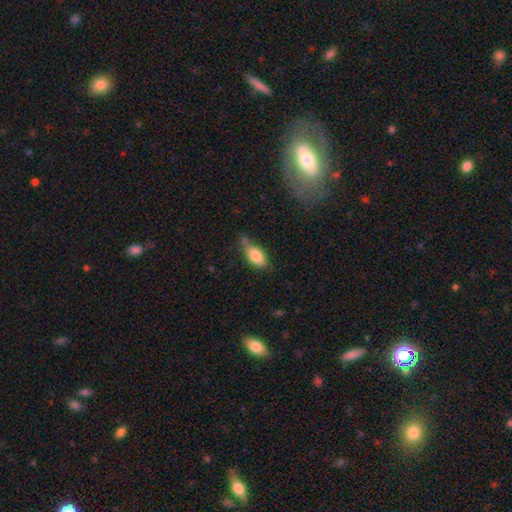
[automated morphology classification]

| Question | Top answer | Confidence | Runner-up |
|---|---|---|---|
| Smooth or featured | smooth | 80% | featured or disk (12%) |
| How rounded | in between | 88% | cigar-shaped (7%) |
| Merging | none | 45% | minor disturbance (37%) |